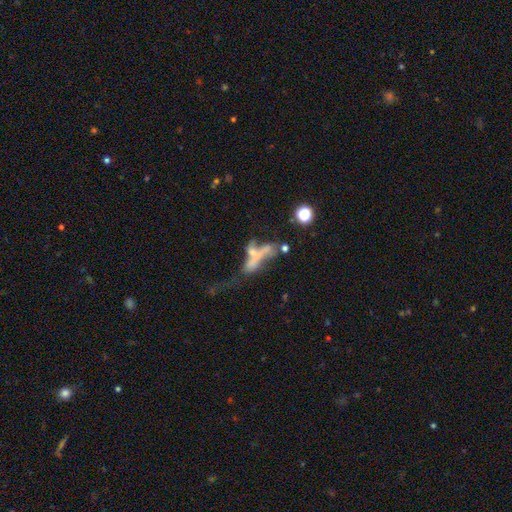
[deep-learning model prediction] Overall: featured or disk (43%; smooth 41%). Merging: merger (48%; major disturbance 22%).